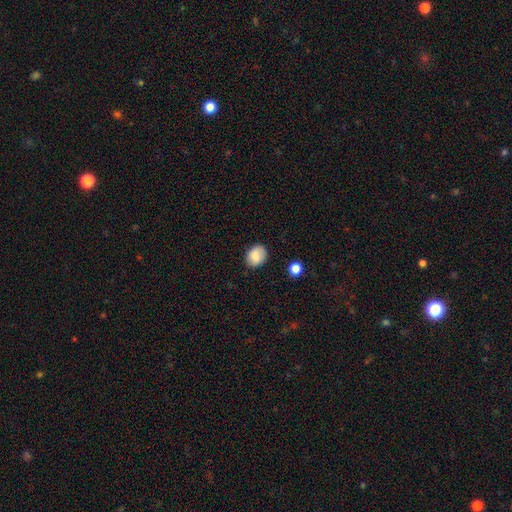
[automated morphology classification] This is clearly a smooth galaxy (85%). How rounded: possibly in between (54%). Merging: clearly none (82%).